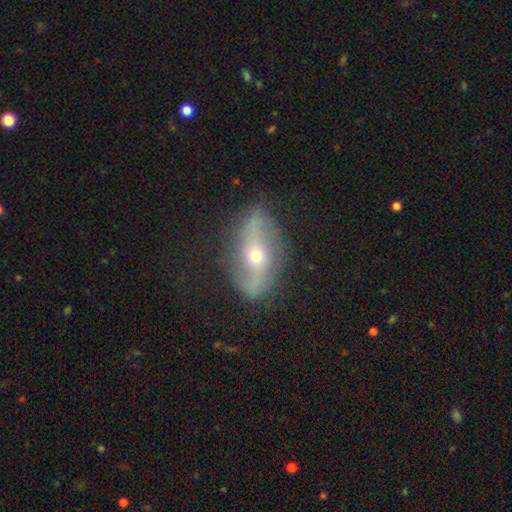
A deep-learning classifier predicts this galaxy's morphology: Smooth or featured: featured or disk — 77% (smooth — 15%)
Edge-on disk: no — 84% (yes — 16%)
Bar: no — 40% (strong — 36%)
Spiral arms: yes — 79% (no — 21%)
Spiral winding: loose — 68% (medium — 22%)
Spiral arm count: 2 — 90% (can't tell — 5%)
Bulge size: moderate — 49% (small — 47%)
Merging: none — 80% (minor disturbance — 14%)